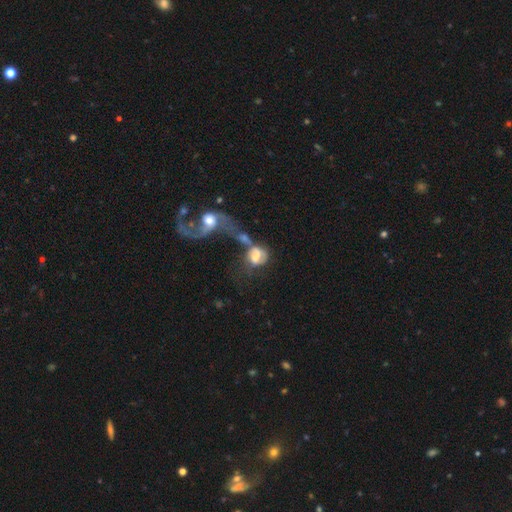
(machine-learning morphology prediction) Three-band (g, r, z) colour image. It shows a featured or disk galaxy (56%) with no bar (42%), spiral arms (65%) and a moderate central bulge (60%). Merging: merger (62%).